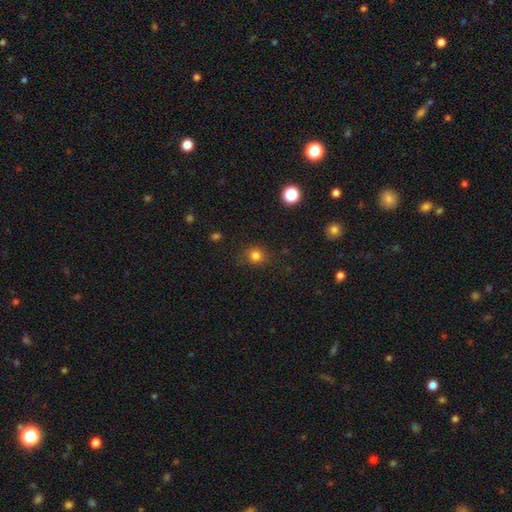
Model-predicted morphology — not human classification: Smooth or featured?
  - smooth: 80% *
  - star or artifact: 14%
  - featured or disk: 5%
How rounded?
  - round: 85% *
  - in between: 14%
  - cigar-shaped: 1%
Merging?
  - none: 84% *
  - minor disturbance: 11%
  - major disturbance: 4%
  - merger: 1%